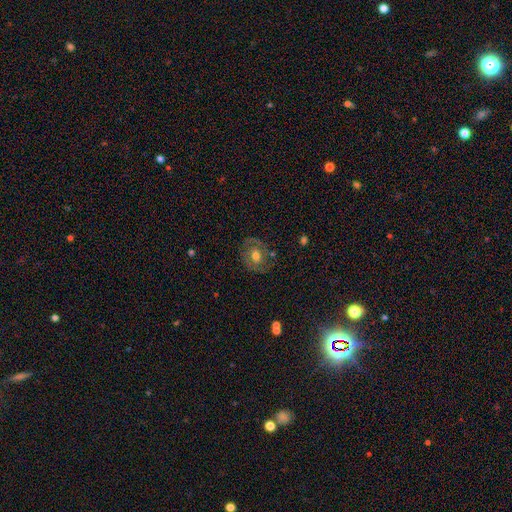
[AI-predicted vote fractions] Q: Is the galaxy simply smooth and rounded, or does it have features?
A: featured or disk — 58%.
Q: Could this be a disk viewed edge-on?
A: no — 96%.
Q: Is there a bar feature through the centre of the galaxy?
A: no — 64%.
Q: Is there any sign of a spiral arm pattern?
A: yes — 59%.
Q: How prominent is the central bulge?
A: moderate — 71%.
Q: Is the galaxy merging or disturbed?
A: none — 77%.